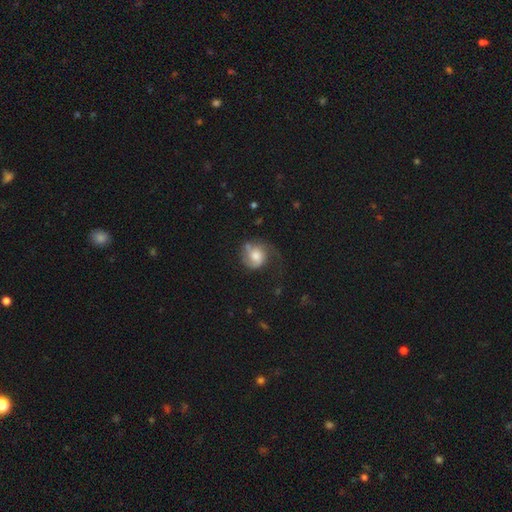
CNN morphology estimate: Overall: featured or disk (60%; smooth 33%). Edge-on disk: no (98%). Bar: no (67%; weak 28%). Spiral arms: yes (89%). Spiral arm count: 2 (47%; 1 35%). Spiral winding: medium (41%; loose 31%). Bulge size: moderate (47%; large 27%). Merging: none (43%; major disturbance 30%).